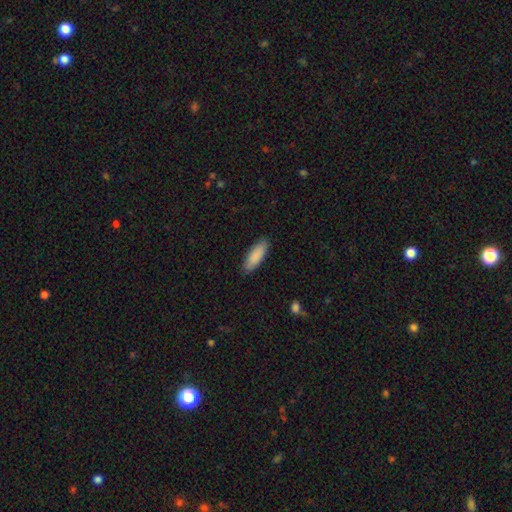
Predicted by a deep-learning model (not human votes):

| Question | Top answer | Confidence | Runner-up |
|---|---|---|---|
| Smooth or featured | smooth | 89% | featured or disk (6%) |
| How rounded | in between | 60% | cigar-shaped (38%) |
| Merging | none | 87% | minor disturbance (10%) |